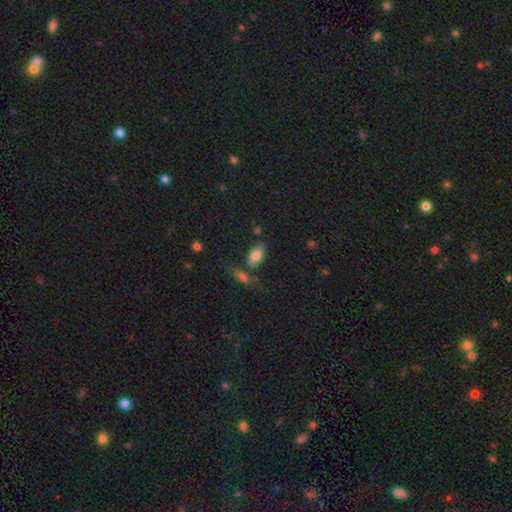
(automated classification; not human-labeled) A smooth galaxy with no disk features (79%) that is in between round and cigar-shaped (92%). Merging: none (61%).